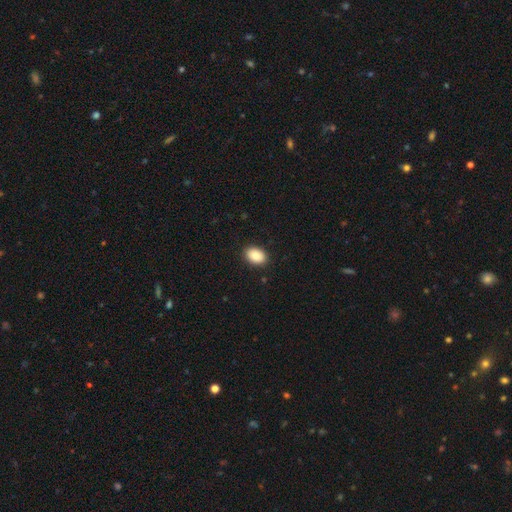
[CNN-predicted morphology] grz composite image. It shows a smooth galaxy with no disk features (89%) that is in between round and cigar-shaped (82%). Merging: none (90%).